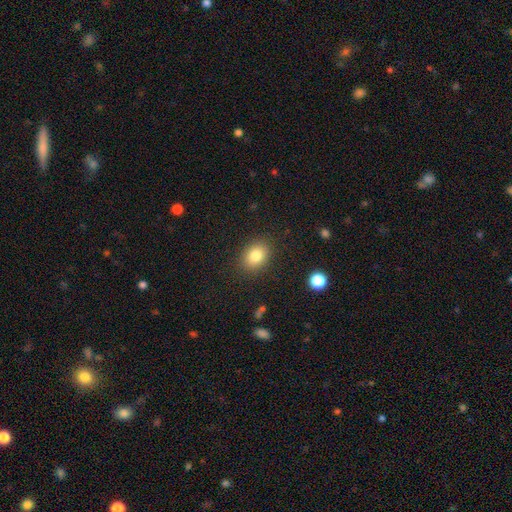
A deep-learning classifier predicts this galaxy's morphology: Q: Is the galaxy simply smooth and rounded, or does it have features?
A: smooth — 83%.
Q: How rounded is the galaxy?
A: in between — 64%.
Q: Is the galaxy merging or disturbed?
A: none — 86%.